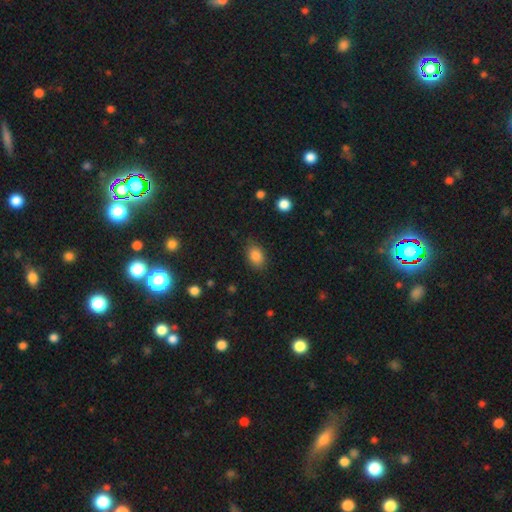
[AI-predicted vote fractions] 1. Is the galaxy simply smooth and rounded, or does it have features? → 85% smooth, 9% star or artifact, 6% featured or disk.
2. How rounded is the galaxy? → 80% in between, 19% round, 1% cigar-shaped.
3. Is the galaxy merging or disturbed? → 82% none, 13% minor disturbance, 4% major disturbance, 1% merger.